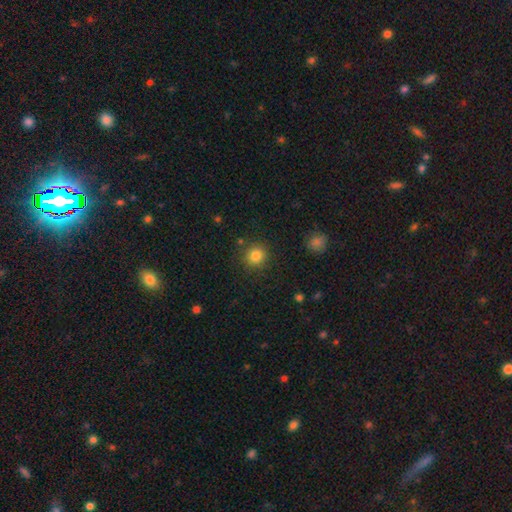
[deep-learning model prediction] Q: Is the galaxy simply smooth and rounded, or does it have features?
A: smooth — 83%.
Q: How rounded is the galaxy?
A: round — 89%.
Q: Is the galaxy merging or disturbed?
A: none — 88%.